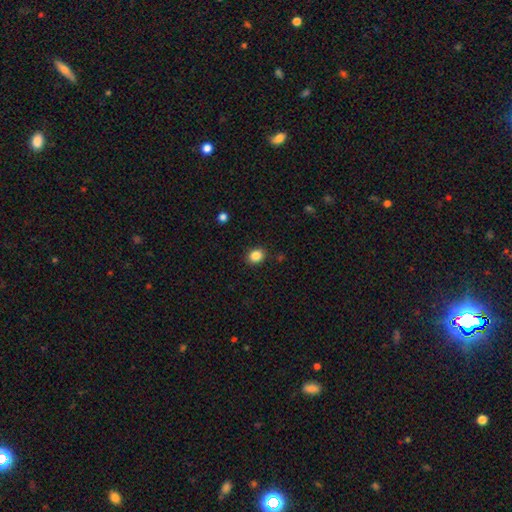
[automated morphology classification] type=smooth (86%); roundness=round (56%); merging=none (89%).